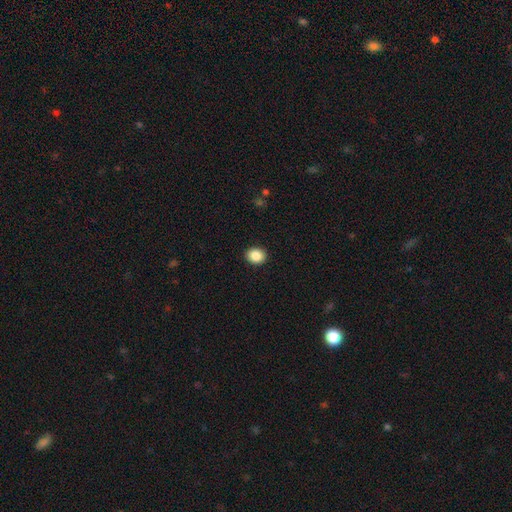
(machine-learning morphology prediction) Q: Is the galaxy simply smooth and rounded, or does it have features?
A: smooth — 88%.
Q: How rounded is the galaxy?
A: round — 65%.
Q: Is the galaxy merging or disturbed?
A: none — 92%.